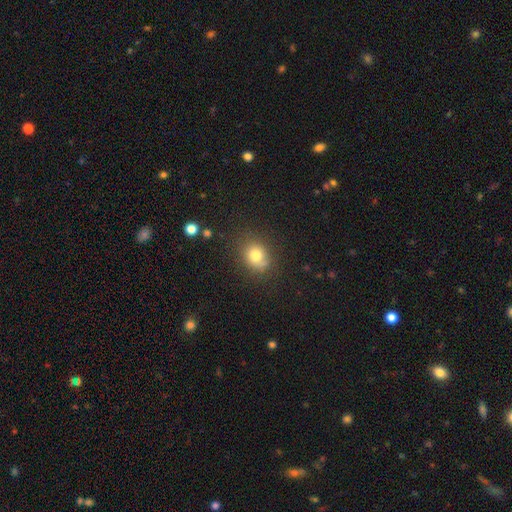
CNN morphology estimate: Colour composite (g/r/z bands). It shows a smooth galaxy with no disk features (78%) that is round (63%). Merging: none (70%).